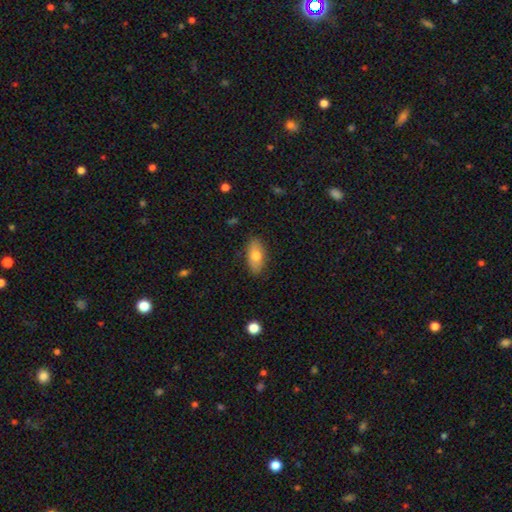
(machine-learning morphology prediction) smooth-or-featured: smooth: 73% | featured or disk: 20% | star or artifact: 7%
  how-rounded: in between: 87% | cigar-shaped: 9% | round: 4%
  merging: none: 85% | minor disturbance: 11% | major disturbance: 2% | merger: 1%